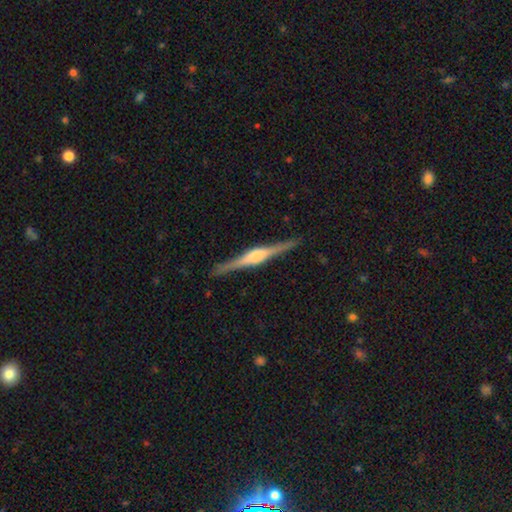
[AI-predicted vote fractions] Morphology: type=featured or disk (84%); edge-on=yes (98%); edge-on bulge=rounded (70%); merging=none (91%).